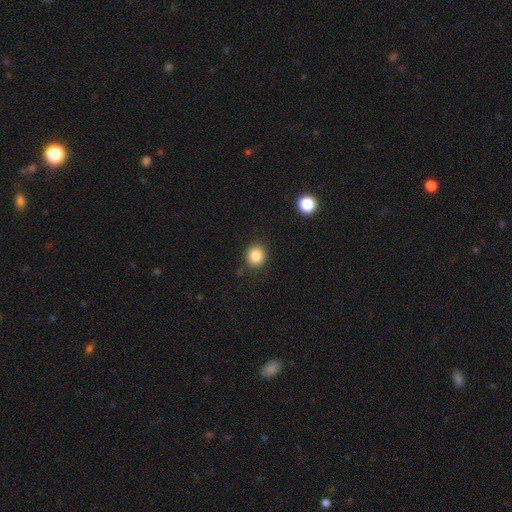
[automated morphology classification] smooth-or-featured: smooth: 85% | star or artifact: 10% | featured or disk: 5%
  how-rounded: round: 90% | in between: 9% | cigar-shaped: 1%
  merging: none: 89% | minor disturbance: 7% | major disturbance: 2% | merger: 2%